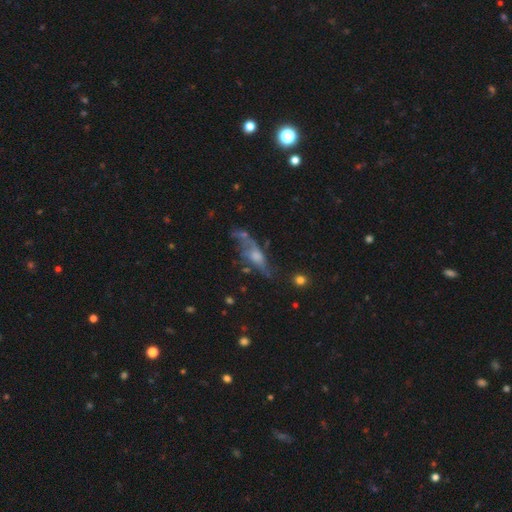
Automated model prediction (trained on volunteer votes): Smooth or featured?
  - featured or disk: 64% *
  - smooth: 24%
  - star or artifact: 12%
Edge-on disk?
  - no: 60% *
  - yes: 40%
Merging?
  - none: 42% *
  - major disturbance: 26%
  - minor disturbance: 23%
  - merger: 8%